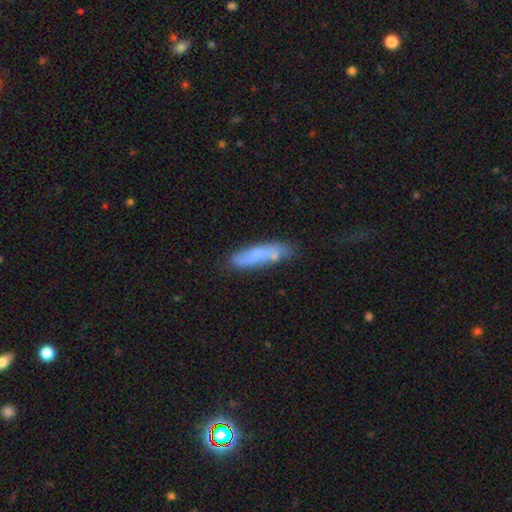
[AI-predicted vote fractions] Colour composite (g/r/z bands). It shows a smooth galaxy with no disk features (66%) that is cigar-shaped (70%). Merging: none (64%).